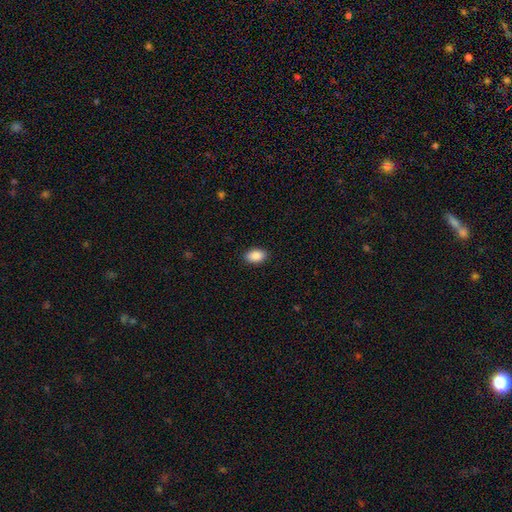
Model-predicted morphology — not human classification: Smooth or featured: smooth — 90% (star or artifact — 7%)
How rounded: in between — 90% (round — 8%)
Merging: none — 90% (minor disturbance — 7%)